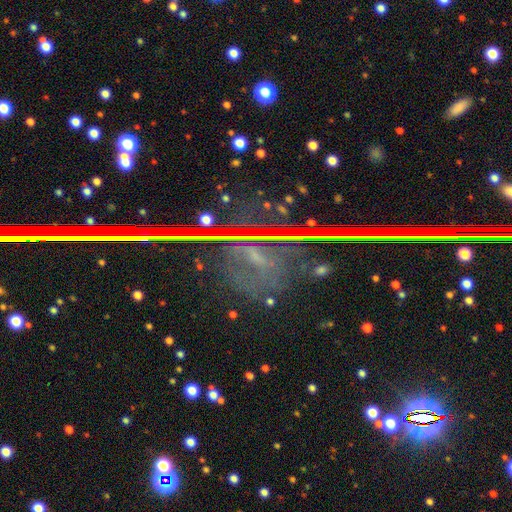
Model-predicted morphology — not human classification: Overall: star or artifact (74%).